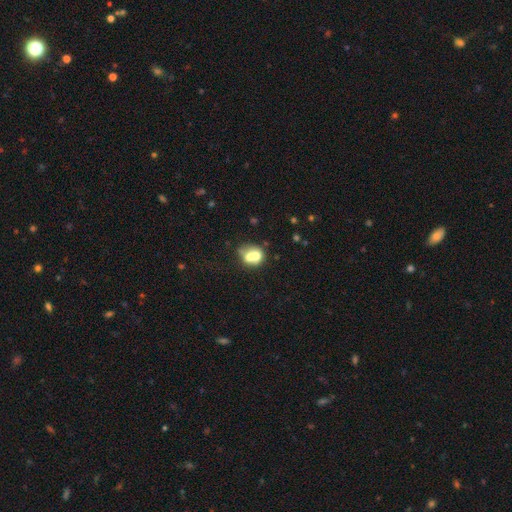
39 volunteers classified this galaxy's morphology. Q: Smooth or featured?
A: smooth (77%); runner-up: featured or disk (15%)
Q: How rounded?
A: round (80%); runner-up: in between (20%)
Q: Merging?
A: merger (72%); runner-up: none (17%)